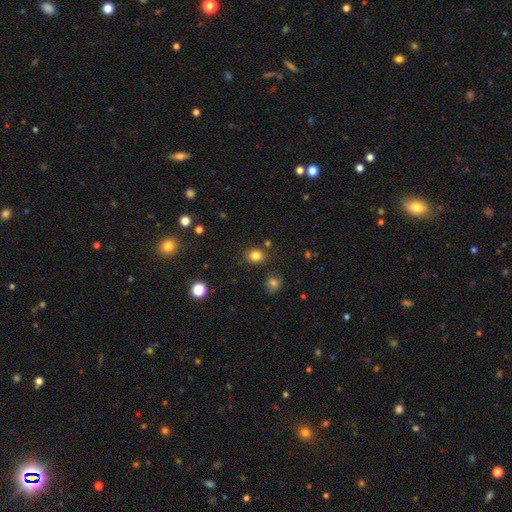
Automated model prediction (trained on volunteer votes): Smooth or featured: smooth — 81% (star or artifact — 13%)
How rounded: round — 72% (in between — 27%)
Merging: none — 84% (minor disturbance — 9%)